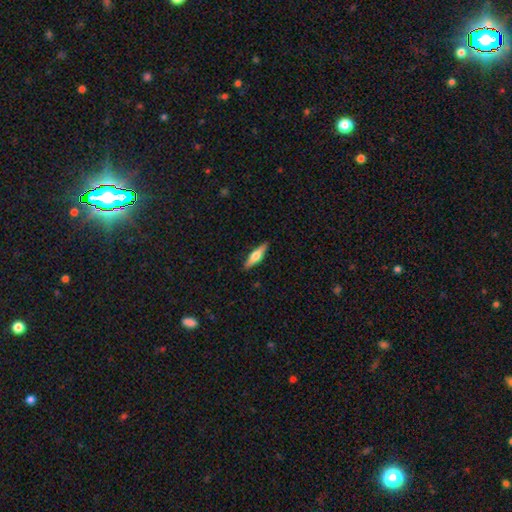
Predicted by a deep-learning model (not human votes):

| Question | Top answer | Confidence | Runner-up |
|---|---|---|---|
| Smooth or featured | featured or disk | 48% | smooth (46%) |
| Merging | none | 90% | minor disturbance (7%) |